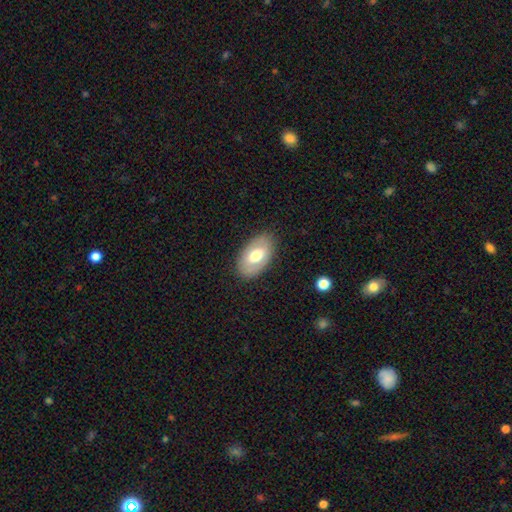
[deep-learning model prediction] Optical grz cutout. It shows a smooth galaxy with no disk features (57%) that is in between round and cigar-shaped (92%). Merging: none (83%).